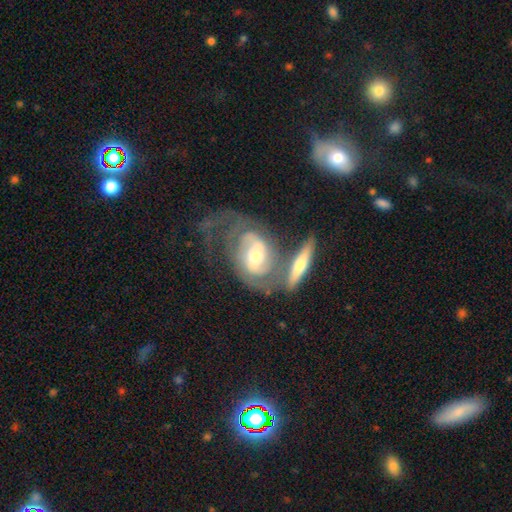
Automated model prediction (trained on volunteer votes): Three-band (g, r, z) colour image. It shows a featured or disk galaxy (79%) with a weak bar (41%), 2 (67%) medium (39%) spiral arms (90%) and a moderate central bulge (67%). Merging: merger (38%).